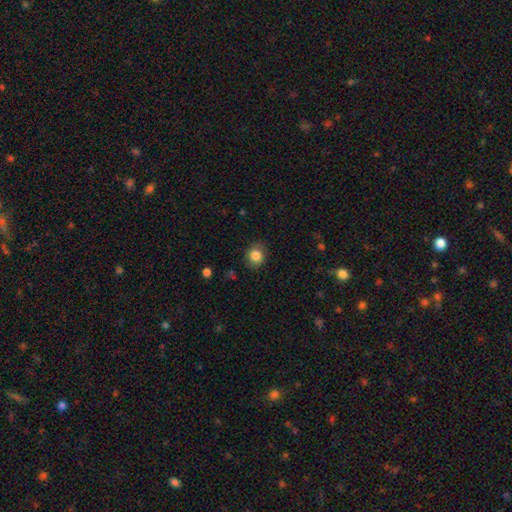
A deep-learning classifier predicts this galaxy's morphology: Smooth or featured?
  - smooth: 85% *
  - star or artifact: 10%
  - featured or disk: 6%
How rounded?
  - round: 78% *
  - in between: 21%
  - cigar-shaped: 1%
Merging?
  - none: 83% *
  - minor disturbance: 13%
  - major disturbance: 3%
  - merger: 1%